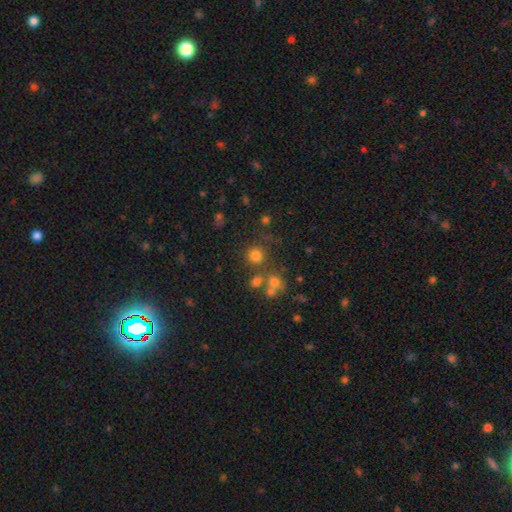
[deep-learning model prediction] This is likely a smooth galaxy (73%). How rounded: clearly round (91%). Merging: likely none (71%).